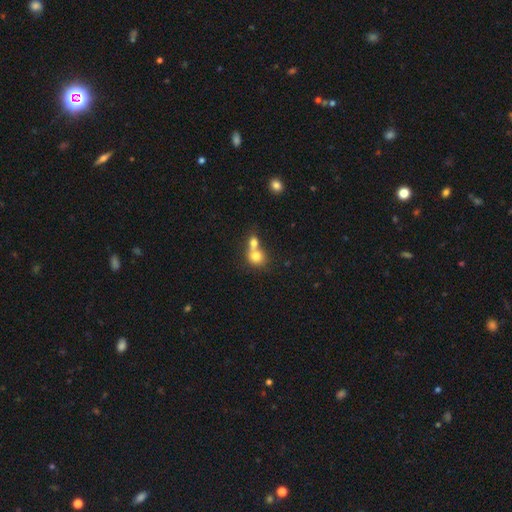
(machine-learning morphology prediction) Overall: smooth (76%). How rounded: round (75%). Merging: merger (67%).